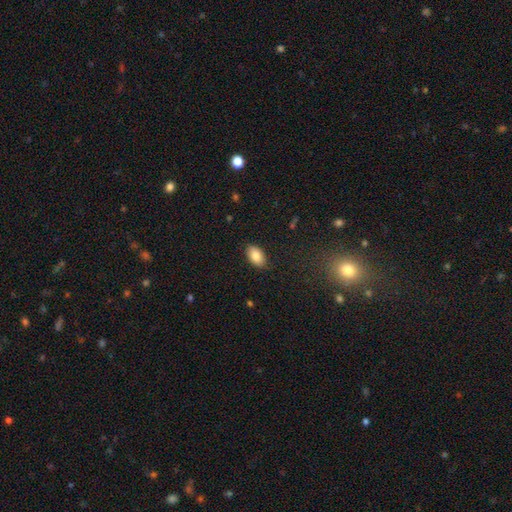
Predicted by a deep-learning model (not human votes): Smooth or featured?
  - smooth: 85% *
  - featured or disk: 8%
  - star or artifact: 7%
How rounded?
  - in between: 93% *
  - round: 6%
  - cigar-shaped: 1%
Merging?
  - none: 87% *
  - minor disturbance: 9%
  - major disturbance: 2%
  - merger: 1%